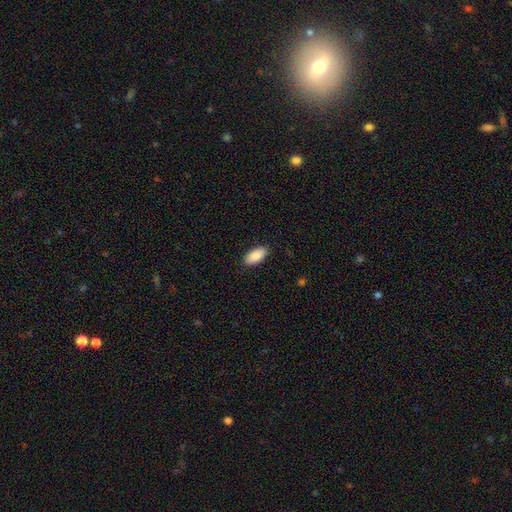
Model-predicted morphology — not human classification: Smooth or featured? smooth (87%)
How rounded? in between (92%)
Merging? none (88%)